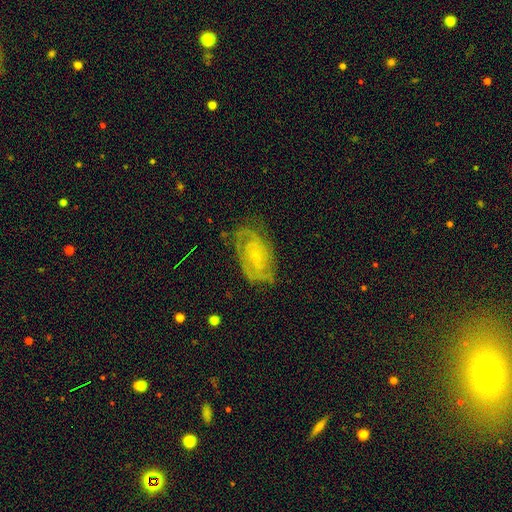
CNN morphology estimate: smooth-or-featured: featured or disk: 78% | smooth: 15% | star or artifact: 7%
  disk-edge-on: no: 96% | yes: 4%
    bar: no: 66% | weak: 29% | strong: 5%
    has-spiral-arms: yes: 91% | no: 9%
      spiral-winding: tight: 53% | medium: 36% | loose: 11%
      spiral-arm-count: 2: 50% | can't tell: 28% | 3: 10% | 1: 5% | 4: 4% | more than 4: 3%
    bulge-size: small: 78% | moderate: 13% | none: 7% | large: 1% | dominant: 1%
  merging: none: 67% | minor disturbance: 21% | major disturbance: 10% | merger: 1%